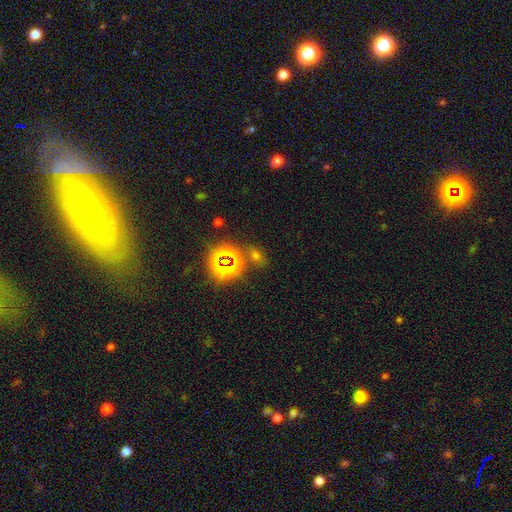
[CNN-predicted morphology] This is possibly a star or artifact rather than a galaxy (50%).